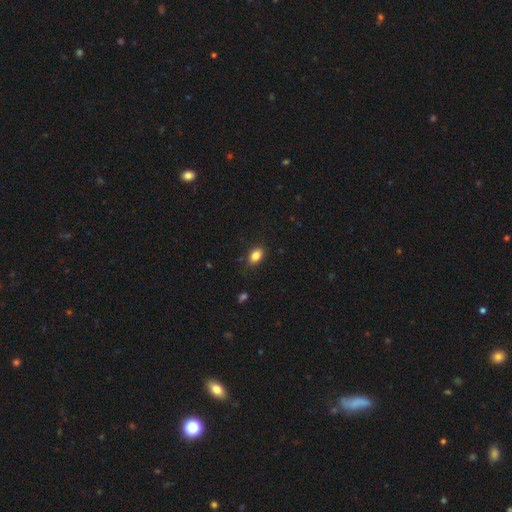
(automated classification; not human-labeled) smooth_or_featured: smooth (p=0.85) [alt: star or artifact p=0.09]
how_rounded: in between (p=0.84) [alt: round p=0.14]
merging: none (p=0.85) [alt: minor disturbance p=0.11]